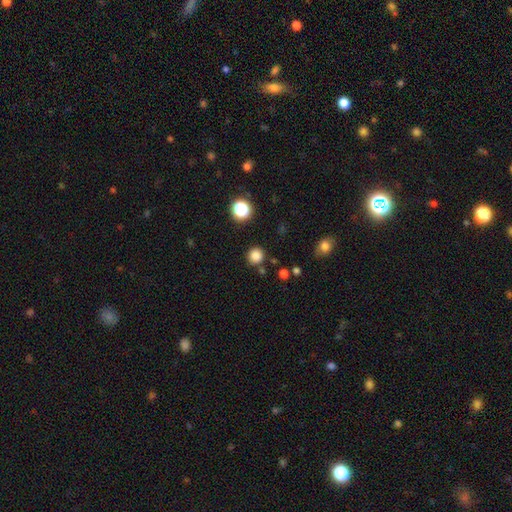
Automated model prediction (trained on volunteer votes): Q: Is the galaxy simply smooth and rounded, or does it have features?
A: smooth — 83%.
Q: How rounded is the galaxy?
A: round — 93%.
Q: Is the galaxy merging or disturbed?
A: none — 85%.